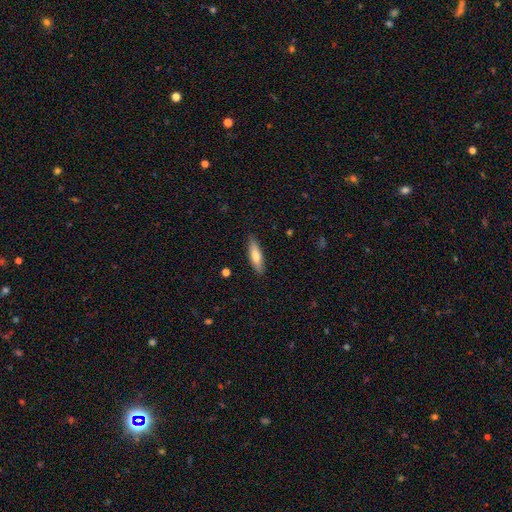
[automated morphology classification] type=smooth (68%); roundness=cigar-shaped (61%); merging=none (86%).